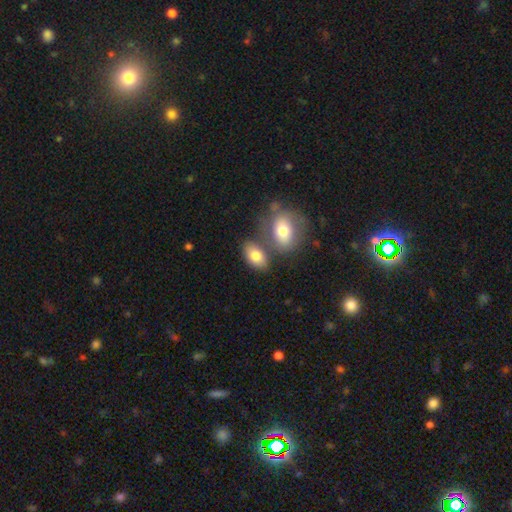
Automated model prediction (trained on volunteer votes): Smooth or featured?
  - smooth: 80% *
  - featured or disk: 13%
  - star or artifact: 7%
How rounded?
  - in between: 88% *
  - round: 10%
  - cigar-shaped: 2%
Merging?
  - none: 56% *
  - merger: 28%
  - minor disturbance: 12%
  - major disturbance: 4%